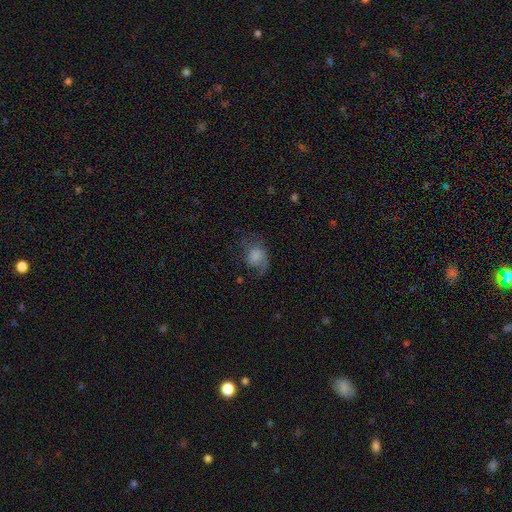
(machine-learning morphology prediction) This is possibly a smooth galaxy (54%). How rounded: possibly in between (54%). Merging: marginally none (40%).